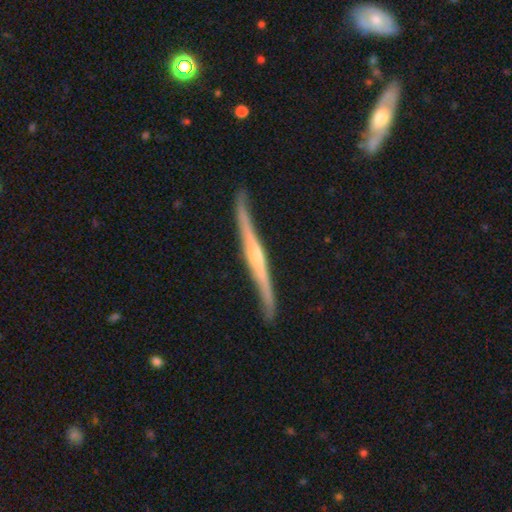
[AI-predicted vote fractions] Smooth or featured? Predicted: featured or disk (p=0.81). Edge-on disk? Predicted: yes (p=0.96). Edge-on bulge? Predicted: rounded (p=0.62). Merging? Predicted: none (p=0.83).